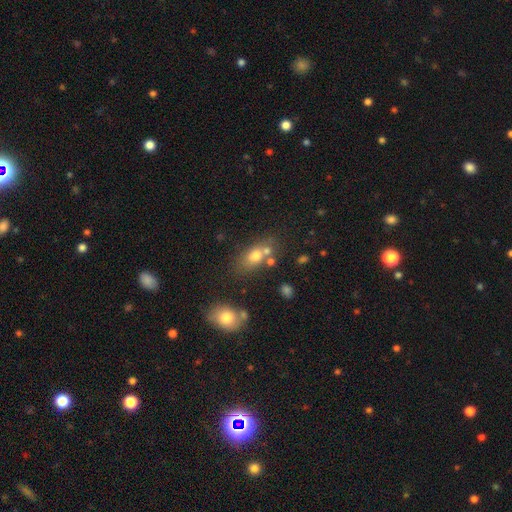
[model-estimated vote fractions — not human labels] The model was most divided on "merging": none: 50%, merger: 29%, minor disturbance: 14%, major disturbance: 7%. More confident: smooth or featured — smooth (69%); how rounded — in between (68%).